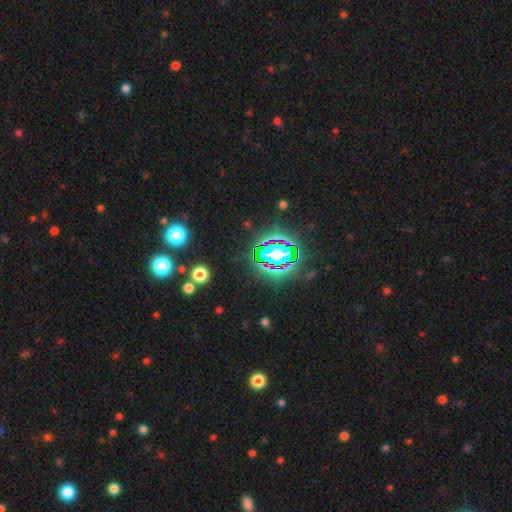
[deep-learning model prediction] Q: Smooth or featured?
A: star or artifact (73%); runner-up: smooth (17%)